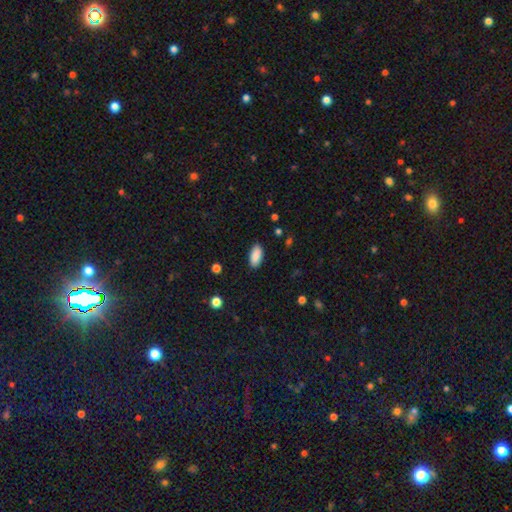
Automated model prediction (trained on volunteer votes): The model was most divided on "merging": none: 88%, minor disturbance: 9%, major disturbance: 2%, merger: 1%. More confident: how rounded — in between (92%); smooth or featured — smooth (89%).